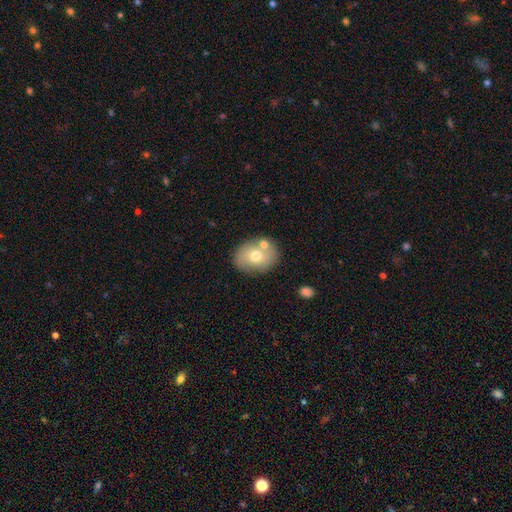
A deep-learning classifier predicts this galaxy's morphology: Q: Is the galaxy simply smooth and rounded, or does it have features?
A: smooth — 62%.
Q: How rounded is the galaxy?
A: in between — 59%.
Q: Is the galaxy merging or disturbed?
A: none — 69%.